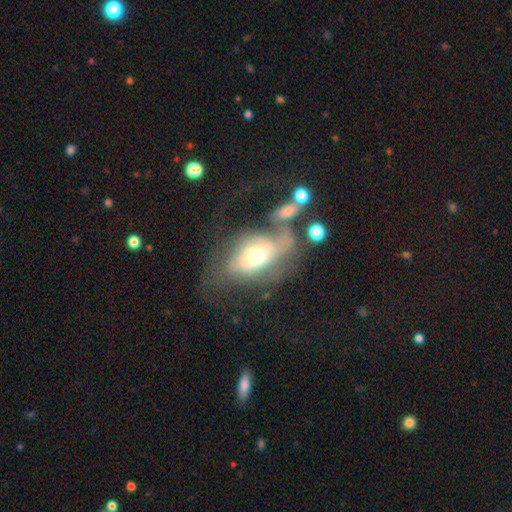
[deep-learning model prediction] A featured or disk galaxy (63%) with no bar (72%), spiral arms (64%) and a moderate central bulge (62%).

Vote fractions:
- Smooth or featured? featured or disk: 63% / smooth: 28% / star or artifact: 9%
- Edge-on disk? no: 92% / yes: 8%
- Bar? no: 72% / weak: 21% / strong: 7%
- Spiral arms? yes: 64% / no: 36%
- Bulge size? moderate: 62% / small: 24% / large: 11% / dominant: 2% / none: 1%
- Merging? major disturbance: 42% / none: 24% / merger: 17% / minor disturbance: 17%